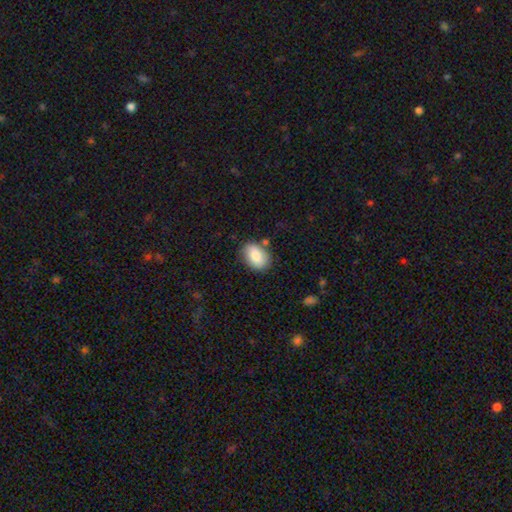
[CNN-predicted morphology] Q: Smooth or featured?
A: smooth (84%); runner-up: featured or disk (9%)
Q: How rounded?
A: in between (80%); runner-up: round (19%)
Q: Merging?
A: none (77%); runner-up: minor disturbance (15%)